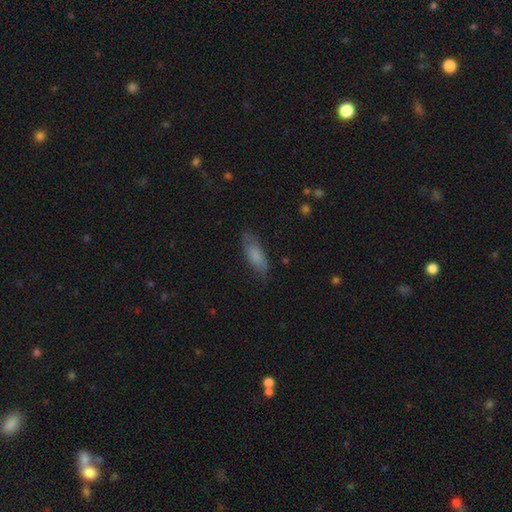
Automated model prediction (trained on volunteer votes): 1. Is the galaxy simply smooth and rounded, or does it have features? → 75% smooth, 17% featured or disk, 7% star or artifact.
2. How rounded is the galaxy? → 65% in between, 33% cigar-shaped, 2% round.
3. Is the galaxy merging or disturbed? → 73% none, 20% minor disturbance, 6% major disturbance, 1% merger.